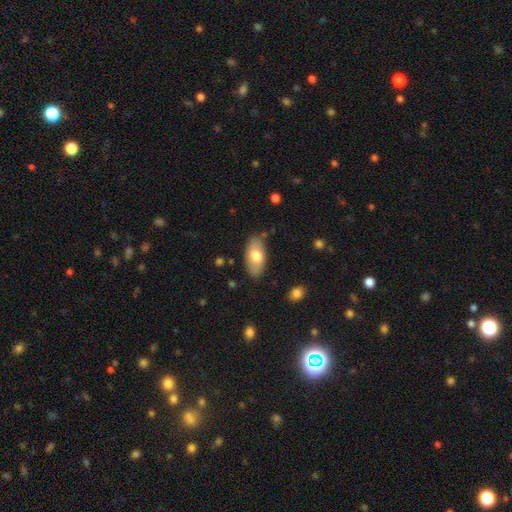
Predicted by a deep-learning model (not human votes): Smooth or featured? smooth (72%)
How rounded? in between (92%)
Merging? none (81%)